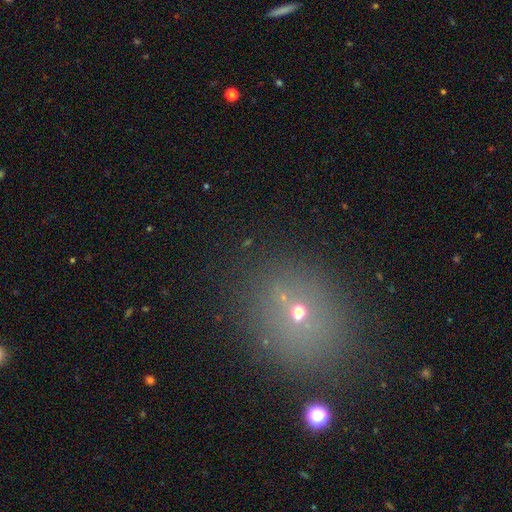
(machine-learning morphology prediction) smooth-or-featured: smooth: 45% | star or artifact: 41% | featured or disk: 14%
  merging: none: 77% | minor disturbance: 10% | merger: 8% | major disturbance: 5%